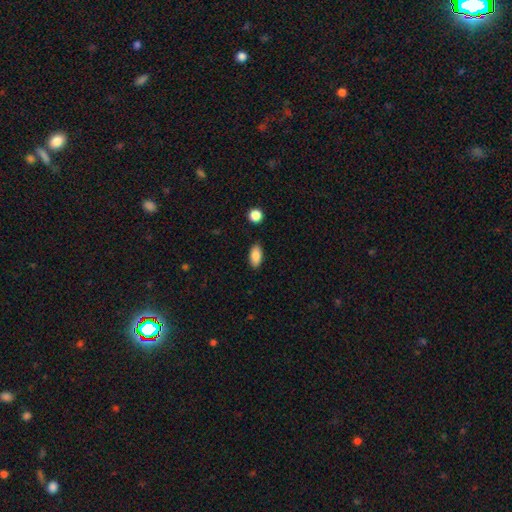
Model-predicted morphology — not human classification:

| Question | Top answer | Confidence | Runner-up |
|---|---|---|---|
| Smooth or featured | smooth | 87% | star or artifact (7%) |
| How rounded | in between | 91% | cigar-shaped (6%) |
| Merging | none | 87% | minor disturbance (9%) |